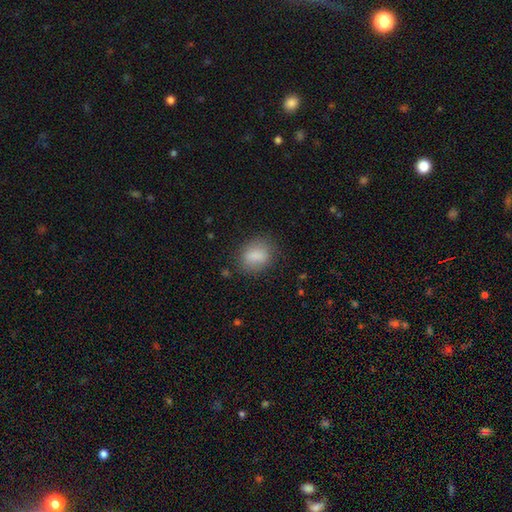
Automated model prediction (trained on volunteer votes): smooth-or-featured: smooth: 82% | featured or disk: 9% | star or artifact: 8%
  how-rounded: in between: 58% | round: 40% | cigar-shaped: 2%
  merging: none: 77% | minor disturbance: 16% | major disturbance: 5% | merger: 2%